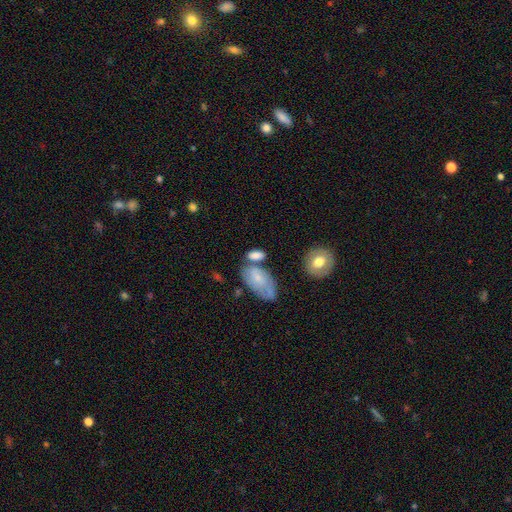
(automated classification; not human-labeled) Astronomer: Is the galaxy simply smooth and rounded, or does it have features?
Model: smooth — 75%.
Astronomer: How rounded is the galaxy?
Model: in between — 89%.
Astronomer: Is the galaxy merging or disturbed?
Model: none — 44% (runner-up: merger, 29%).